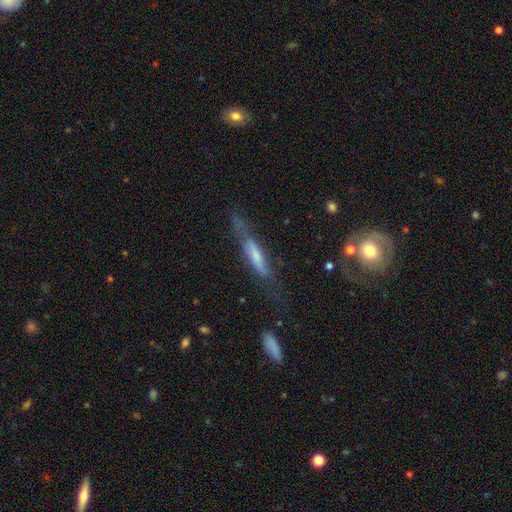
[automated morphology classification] This is possibly a featured or disk galaxy (48%). Merging: possibly none (51%).